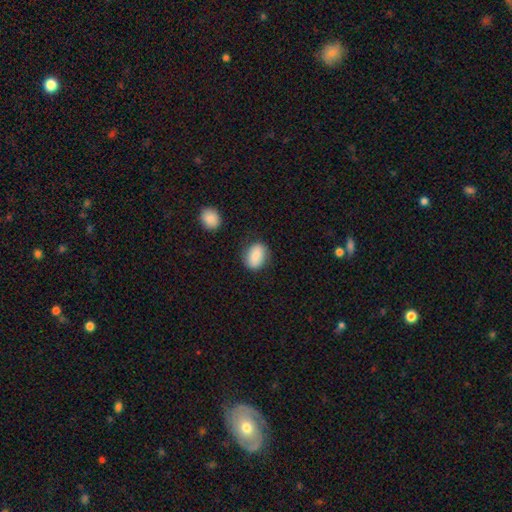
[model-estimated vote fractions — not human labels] A smooth galaxy with no disk features (84%) that is in between round and cigar-shaped (72%).

Vote fractions:
- Smooth or featured? smooth: 84% / featured or disk: 9% / star or artifact: 7%
- How rounded? in between: 72% / round: 26% / cigar-shaped: 2%
- Merging? none: 80% / minor disturbance: 14% / major disturbance: 4% / merger: 2%